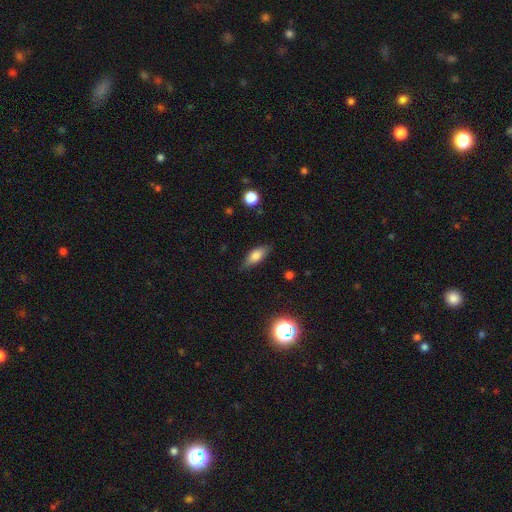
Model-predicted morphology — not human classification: The model was most divided on "how rounded": in between: 73%, cigar-shaped: 23%, round: 4%. More confident: merging — none (82%); smooth or featured — smooth (72%).